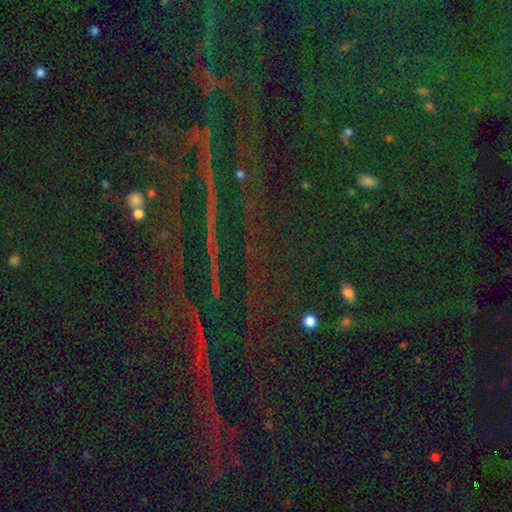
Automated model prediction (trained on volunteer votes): Morphology: type=star or artifact (85%).